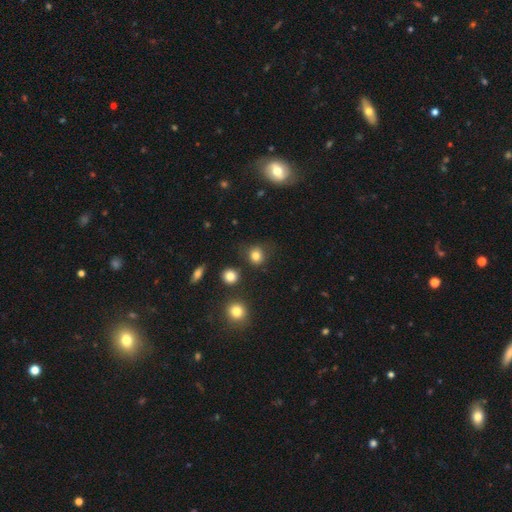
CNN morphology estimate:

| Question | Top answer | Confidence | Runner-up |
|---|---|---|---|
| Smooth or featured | smooth | 81% | star or artifact (12%) |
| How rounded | round | 83% | in between (16%) |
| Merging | none | 77% | minor disturbance (14%) |